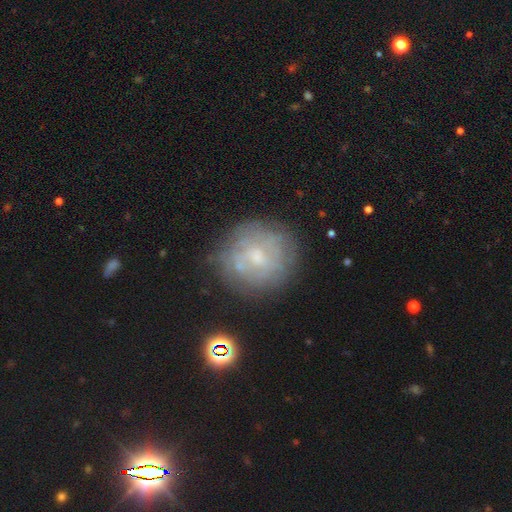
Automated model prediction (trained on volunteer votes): smooth_or_featured: featured or disk (p=0.51) [alt: smooth p=0.34]
disk_edge_on: no (p=0.96) [alt: yes p=0.04]
merging: none (p=0.74) [alt: minor disturbance p=0.16]